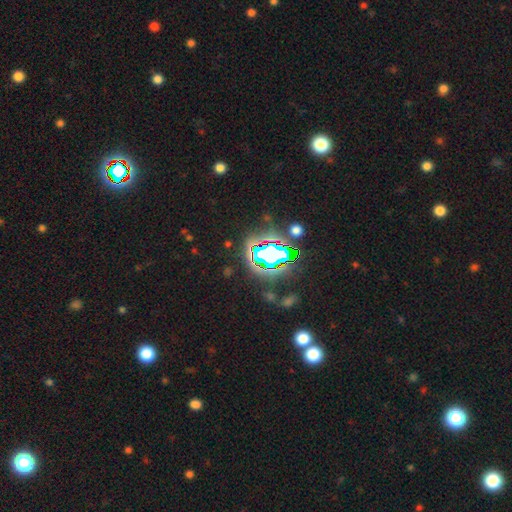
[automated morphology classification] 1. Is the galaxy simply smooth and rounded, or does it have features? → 71% star or artifact, 18% smooth, 12% featured or disk.